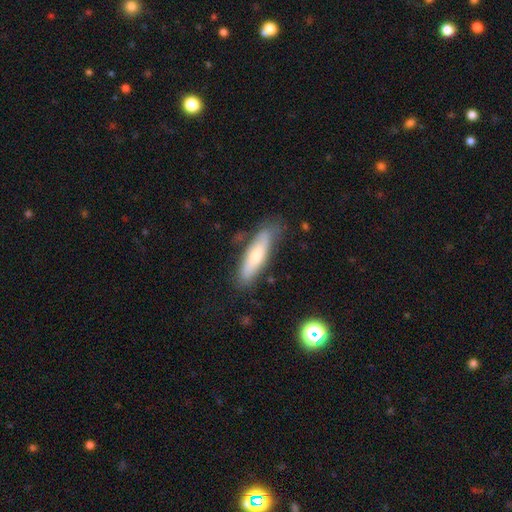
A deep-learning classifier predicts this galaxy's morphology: Smooth or featured? Predicted: smooth (p=0.64). How rounded? Predicted: cigar-shaped (p=0.71). Merging? Predicted: none (p=0.75).